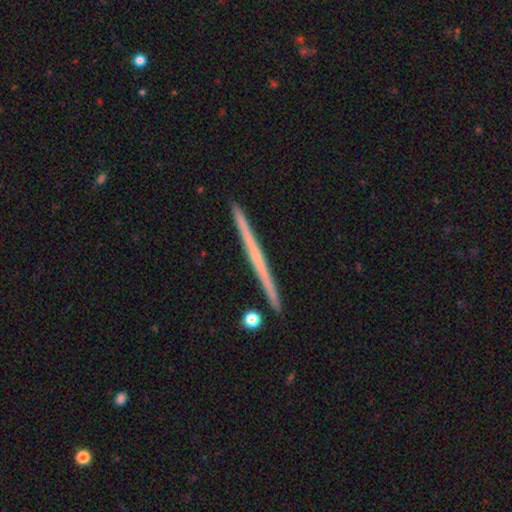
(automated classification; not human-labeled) This appears to be a featured or disk galaxy (64%) viewed edge-on (98%) with no central bulge (81%). Merging: none (92%).